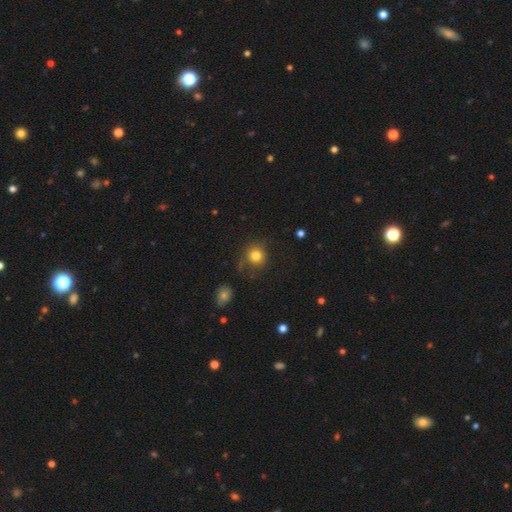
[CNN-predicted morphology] A smooth galaxy with no disk features (81%) that is round (87%).

Vote fractions:
- Smooth or featured? smooth: 81% / star or artifact: 12% / featured or disk: 7%
- How rounded? round: 87% / in between: 12% / cigar-shaped: 1%
- Merging? none: 73% / minor disturbance: 16% / major disturbance: 7% / merger: 4%